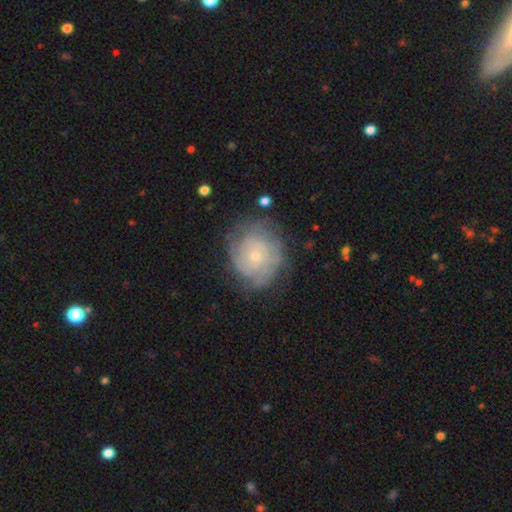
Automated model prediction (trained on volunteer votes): Smooth or featured? featured or disk (65%)
Edge-on disk? no (97%)
Bar? no (84%)
Spiral arms? yes (79%)
Spiral winding? tight (73%)
Spiral arm count? can't tell (58%)
Bulge size? small (75%)
Merging? none (68%)